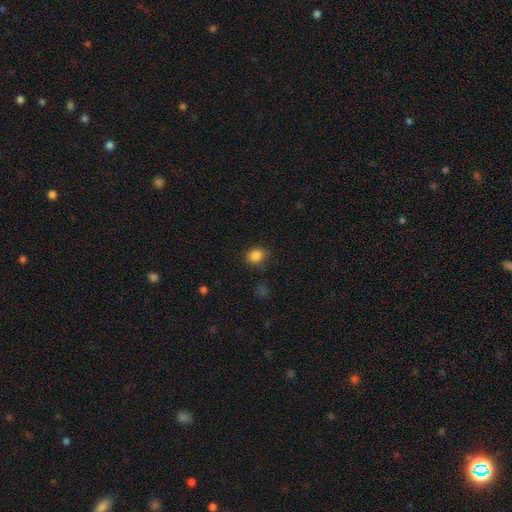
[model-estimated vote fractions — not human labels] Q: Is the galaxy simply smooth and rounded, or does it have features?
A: smooth — 85%.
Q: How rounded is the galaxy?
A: round — 54%.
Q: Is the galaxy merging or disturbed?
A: none — 79%.